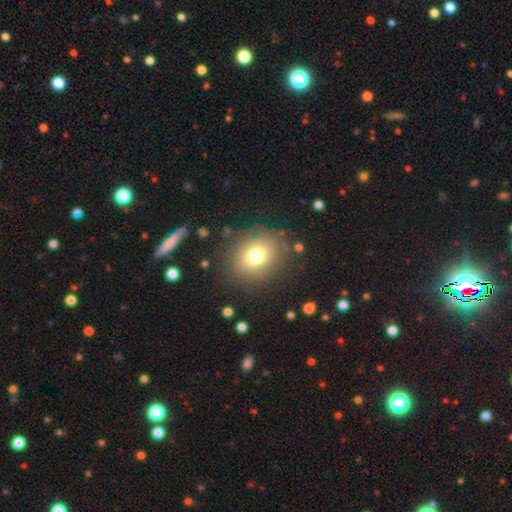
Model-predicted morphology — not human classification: The model was most divided on "how rounded": round: 63%, in between: 36%, cigar-shaped: 1%. More confident: merging — none (83%); smooth or featured — smooth (75%).